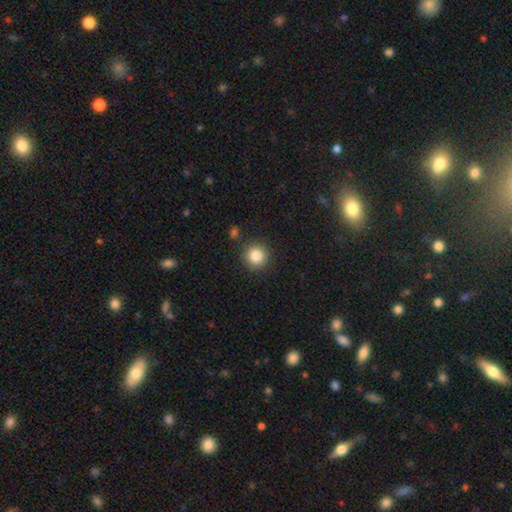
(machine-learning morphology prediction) This appears to be a smooth galaxy with no disk features (84%) that is round (94%). Merging: none (88%).